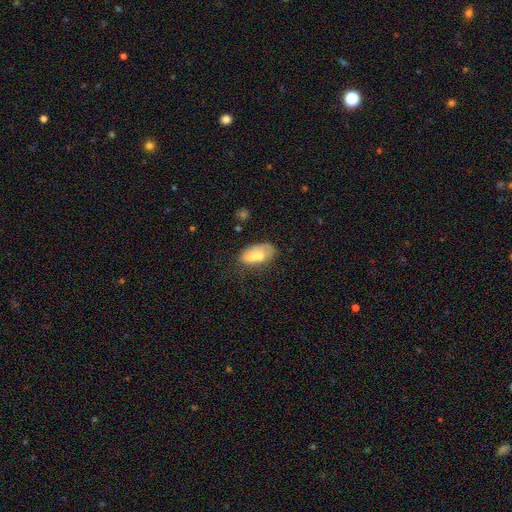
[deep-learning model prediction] This is possibly a smooth galaxy (57%). How rounded: clearly in between (86%). Merging: possibly merger (53%).